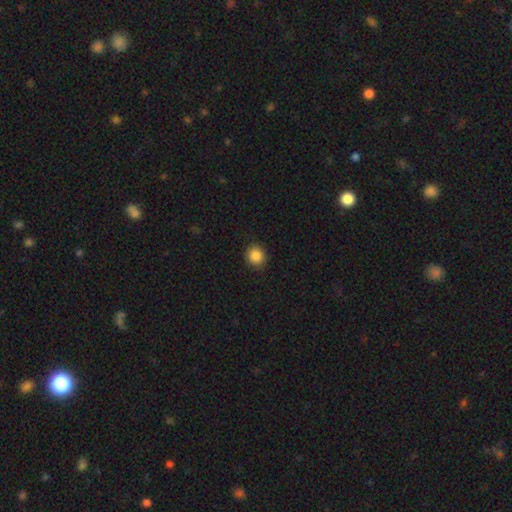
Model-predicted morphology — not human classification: Smooth or featured? smooth (86%)
How rounded? round (82%)
Merging? none (90%)